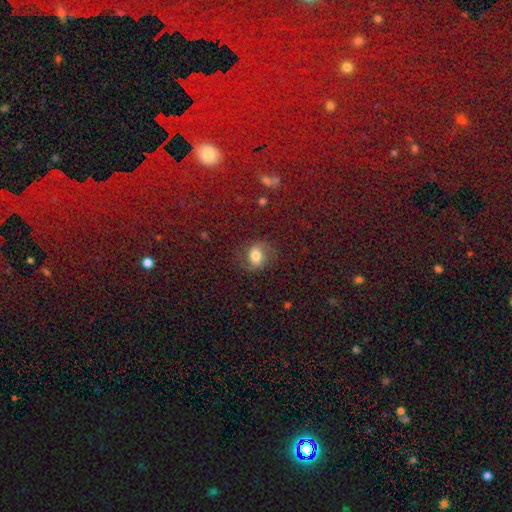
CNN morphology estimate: Smooth or featured? Predicted: featured or disk (p=0.43). Merging? Predicted: none (p=0.74).